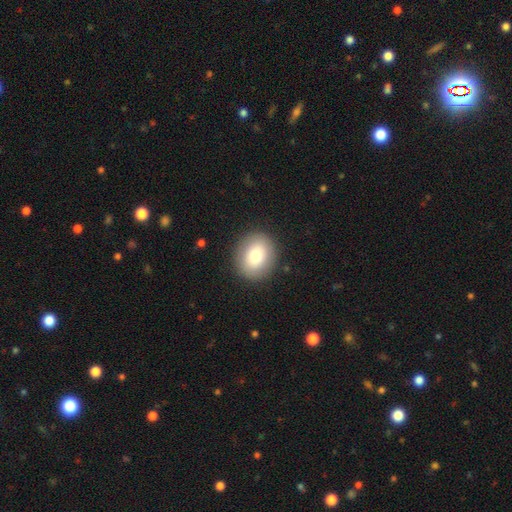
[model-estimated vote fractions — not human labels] Smooth or featured?
  - smooth: 75% *
  - featured or disk: 16%
  - star or artifact: 9%
How rounded?
  - round: 66% *
  - in between: 33%
  - cigar-shaped: 1%
Merging?
  - none: 88% *
  - minor disturbance: 8%
  - major disturbance: 3%
  - merger: 1%